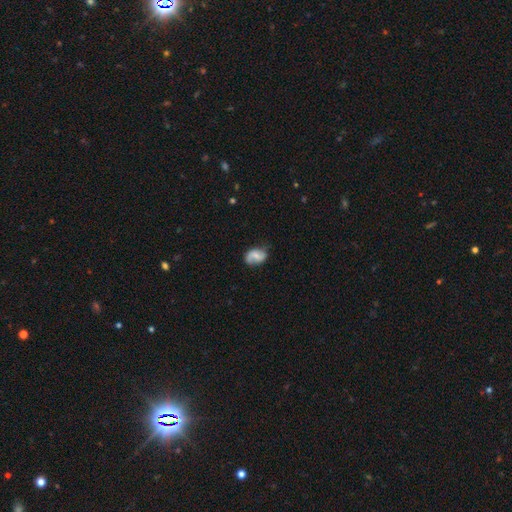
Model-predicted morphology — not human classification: The model was most divided on "smooth or featured": smooth: 47%, featured or disk: 45%, star or artifact: 8%. More confident: merging — none (60%).